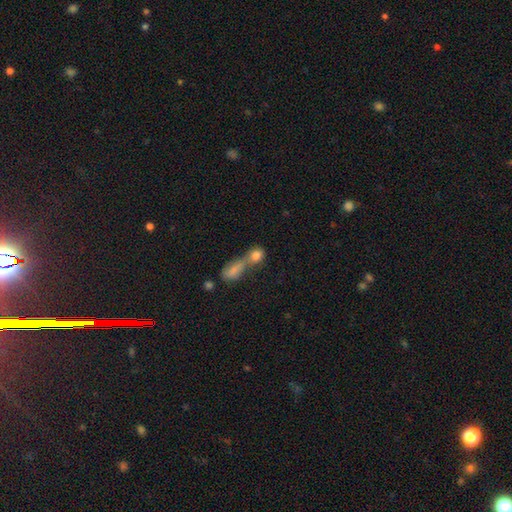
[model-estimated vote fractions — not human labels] Smooth or featured: smooth — 80% (featured or disk — 11%)
How rounded: round — 53% (in between — 41%)
Merging: merger — 67% (none — 22%)